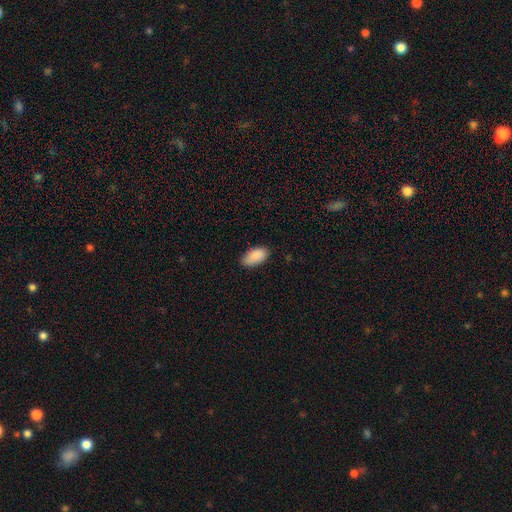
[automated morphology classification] A smooth galaxy with no disk features (89%) that is in between round and cigar-shaped (94%). Merging: none (78%).